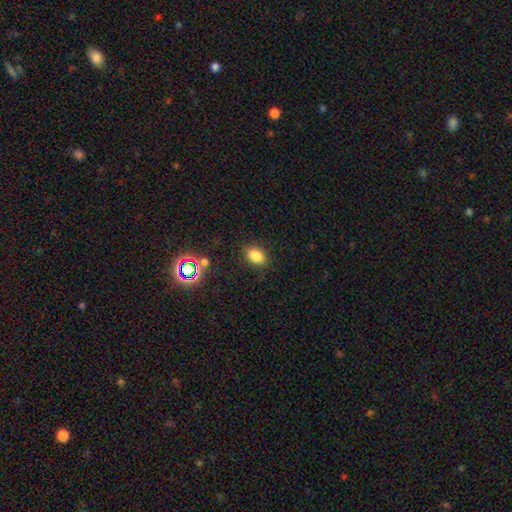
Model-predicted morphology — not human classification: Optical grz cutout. It shows a smooth galaxy with no disk features (81%) that is in between round and cigar-shaped (73%). Merging: none (84%).